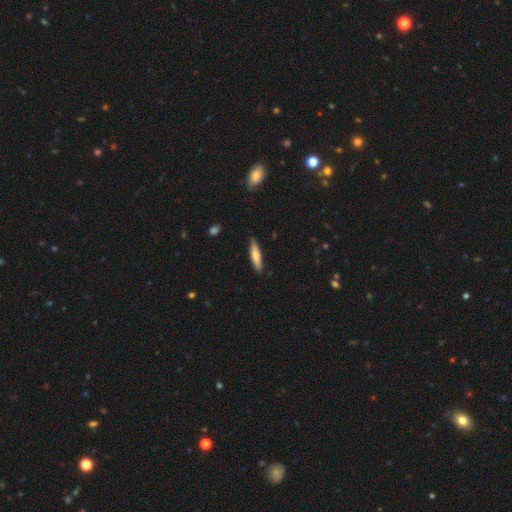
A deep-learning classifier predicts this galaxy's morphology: Smooth or featured? Predicted: smooth (p=0.71). How rounded? Predicted: cigar-shaped (p=0.79). Merging? Predicted: none (p=0.83).